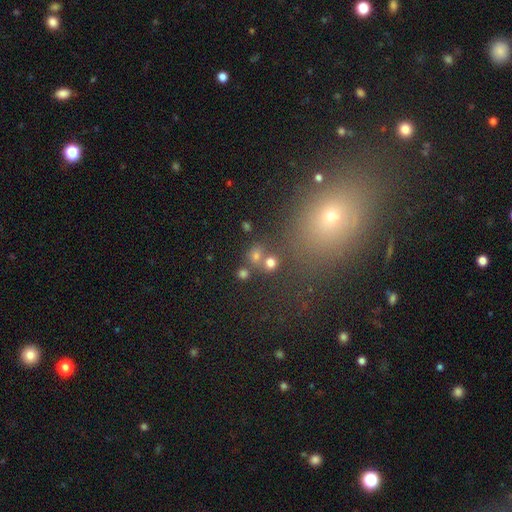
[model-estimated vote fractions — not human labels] Smooth or featured? smooth (64%)
How rounded? round (77%)
Merging? none (63%)